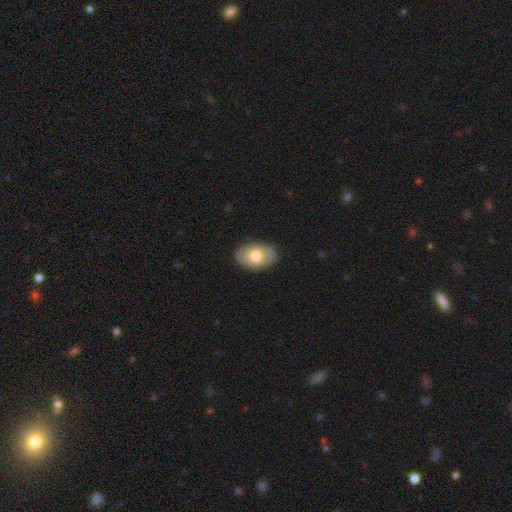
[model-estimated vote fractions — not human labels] Q: Smooth or featured?
A: smooth (72%); runner-up: featured or disk (22%)
Q: How rounded?
A: in between (88%); runner-up: round (11%)
Q: Merging?
A: none (83%); runner-up: minor disturbance (13%)